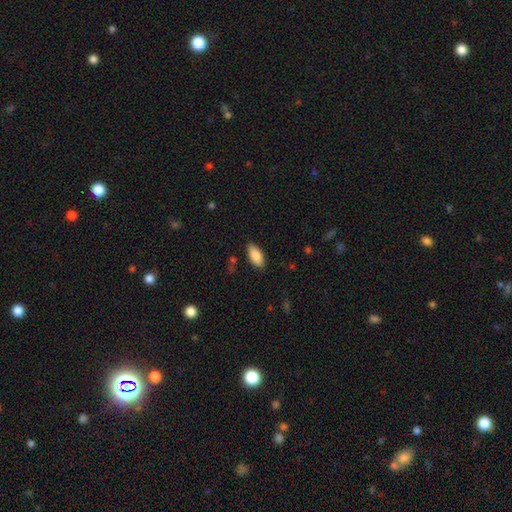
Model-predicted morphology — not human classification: smooth_or_featured: smooth (p=0.86) [alt: featured or disk p=0.08]
how_rounded: in between (p=0.90) [alt: cigar-shaped p=0.08]
merging: none (p=0.86) [alt: minor disturbance p=0.10]